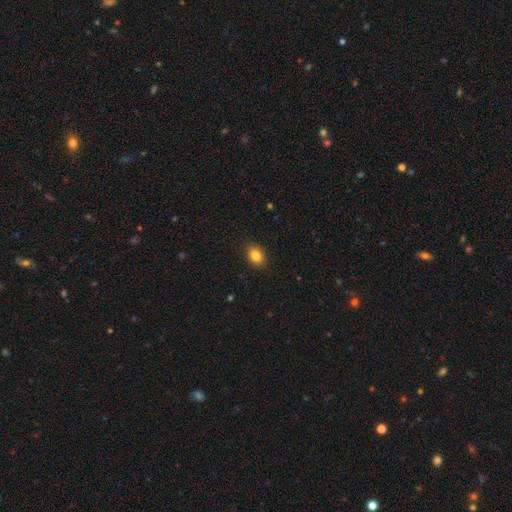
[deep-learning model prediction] smooth 84%, star or artifact 10%, featured or disk 7%. Down the decision tree: how rounded — in between (72%); merging — none (89%).